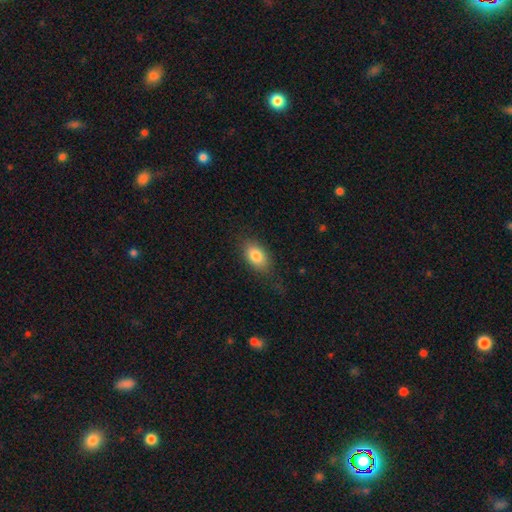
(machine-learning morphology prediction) A smooth galaxy with no disk features (82%) that is in between round and cigar-shaped (88%).

Vote fractions:
- Smooth or featured? smooth: 82% / featured or disk: 10% / star or artifact: 8%
- How rounded? in between: 88% / round: 10% / cigar-shaped: 3%
- Merging? none: 74% / minor disturbance: 17% / major disturbance: 7% / merger: 1%